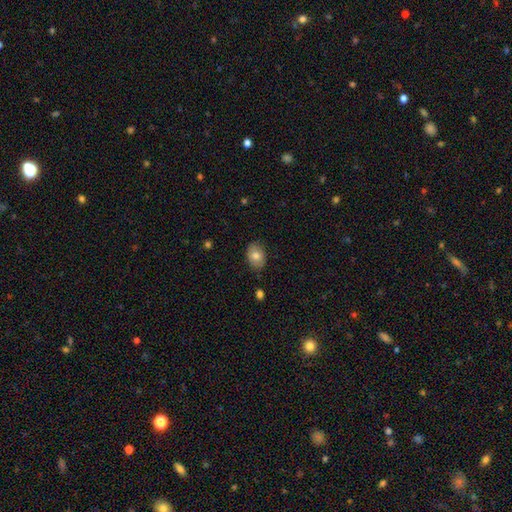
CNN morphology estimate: Q: Smooth or featured?
A: smooth (78%); runner-up: featured or disk (14%)
Q: How rounded?
A: in between (76%); runner-up: round (23%)
Q: Merging?
A: none (82%); runner-up: minor disturbance (14%)